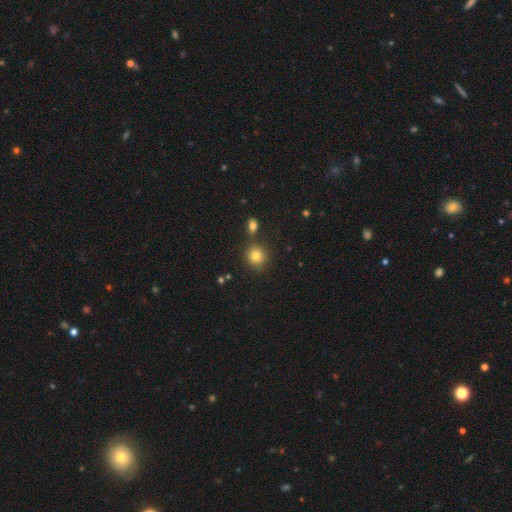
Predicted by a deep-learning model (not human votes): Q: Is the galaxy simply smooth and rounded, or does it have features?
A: smooth — 81%.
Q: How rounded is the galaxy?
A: round — 86%.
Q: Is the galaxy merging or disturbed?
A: none — 77%.